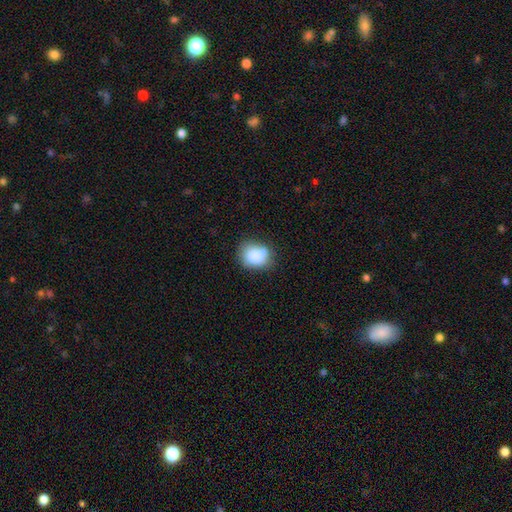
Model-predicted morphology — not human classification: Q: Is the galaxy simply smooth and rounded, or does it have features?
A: smooth — 83%.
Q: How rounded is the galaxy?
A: round — 55%.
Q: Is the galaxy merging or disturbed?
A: none — 62%.